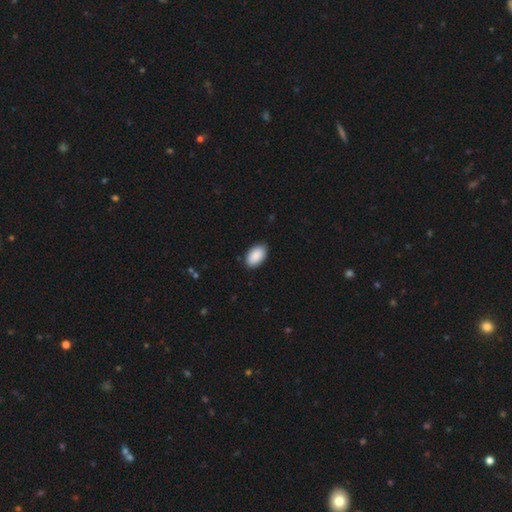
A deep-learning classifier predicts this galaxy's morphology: Smooth or featured? smooth (91%)
How rounded? in between (95%)
Merging? none (88%)